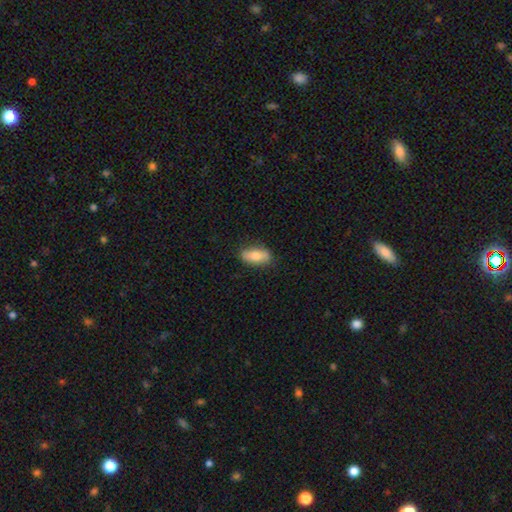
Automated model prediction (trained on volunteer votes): This is likely a smooth galaxy (72%). How rounded: clearly in between (84%). Merging: clearly none (83%).